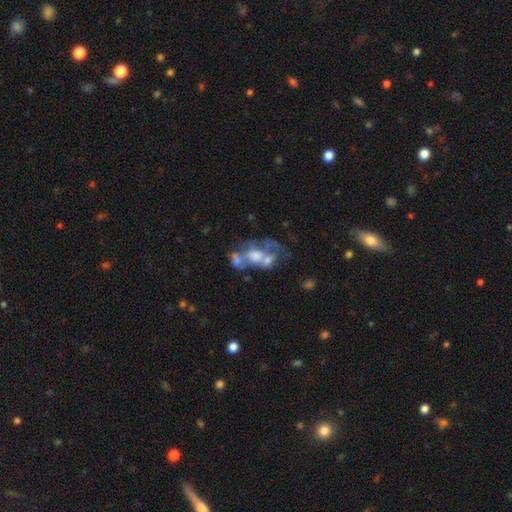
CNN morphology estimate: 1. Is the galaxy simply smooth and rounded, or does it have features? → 57% featured or disk, 30% smooth, 13% star or artifact.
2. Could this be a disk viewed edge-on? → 96% no, 4% yes.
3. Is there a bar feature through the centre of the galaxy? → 88% no, 9% weak, 3% strong.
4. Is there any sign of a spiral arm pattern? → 88% no, 12% yes.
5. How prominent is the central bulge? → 36% moderate, 27% none, 20% large, 14% small, 3% dominant.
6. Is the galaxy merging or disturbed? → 51% merger, 21% major disturbance, 18% none, 10% minor disturbance.